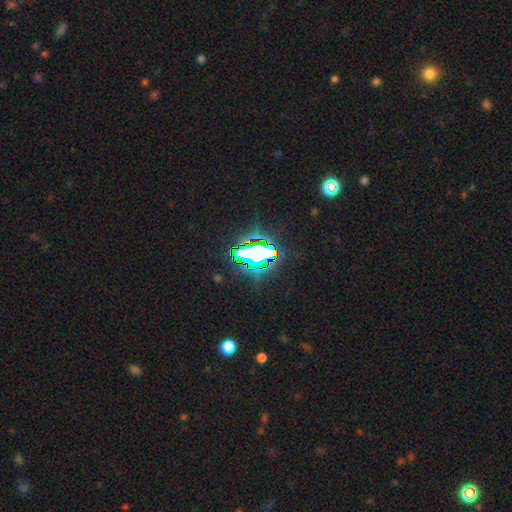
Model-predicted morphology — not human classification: Smooth or featured? Predicted: star or artifact (p=0.63).